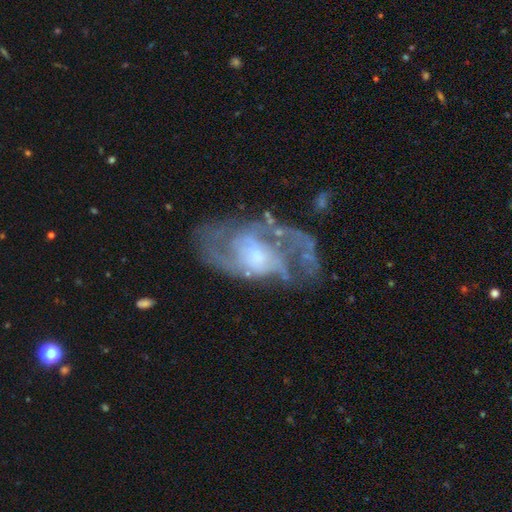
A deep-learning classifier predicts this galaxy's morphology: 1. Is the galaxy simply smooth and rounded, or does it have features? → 85% featured or disk, 9% smooth, 6% star or artifact.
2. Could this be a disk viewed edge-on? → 96% no, 4% yes.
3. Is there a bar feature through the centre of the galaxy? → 57% no, 35% weak, 8% strong.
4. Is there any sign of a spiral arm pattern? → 89% yes, 11% no.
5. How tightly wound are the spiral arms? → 47% medium, 32% tight, 21% loose.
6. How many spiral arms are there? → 52% 2, 24% can't tell, 10% 3, 6% 1, 4% 4, 3% more than 4.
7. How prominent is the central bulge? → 40% moderate, 36% small, 11% none, 11% large, 2% dominant.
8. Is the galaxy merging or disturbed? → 56% none, 20% minor disturbance, 20% major disturbance, 4% merger.